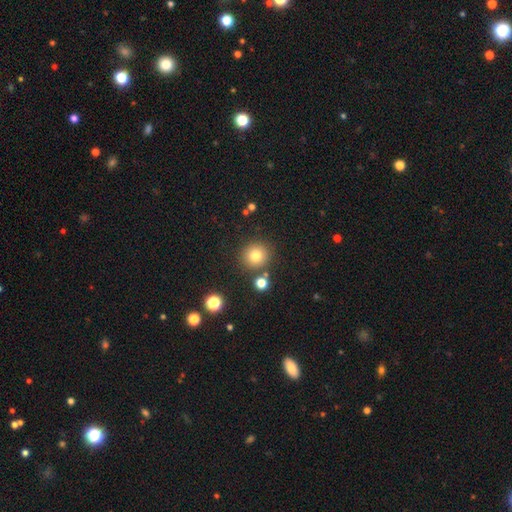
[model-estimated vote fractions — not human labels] smooth 79%, star or artifact 13%, featured or disk 8%. Down the decision tree: how rounded — round (92%); merging — none (83%).